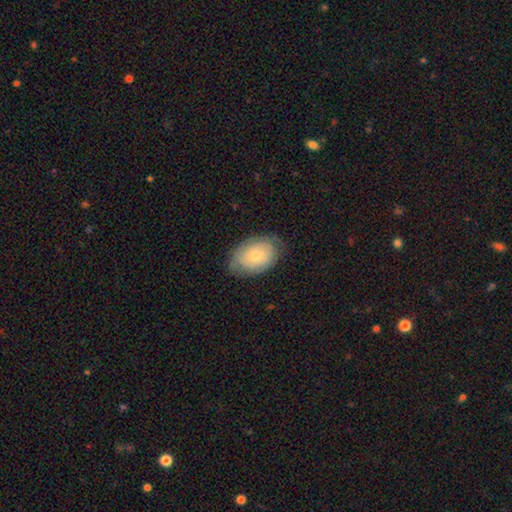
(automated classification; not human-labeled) This is possibly a smooth galaxy (56%). How rounded: clearly in between (83%). Merging: likely none (72%).